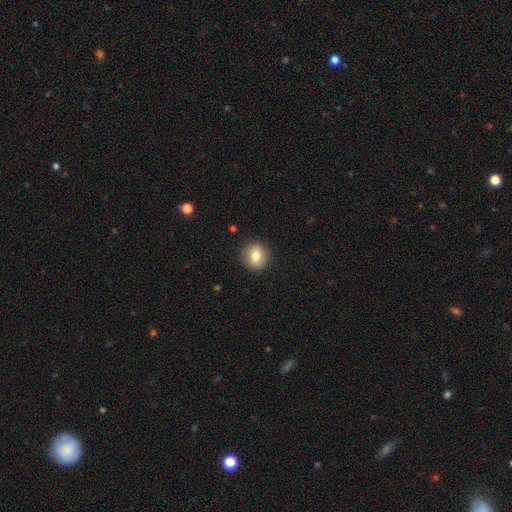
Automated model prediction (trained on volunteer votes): This is likely a smooth galaxy (80%). How rounded: clearly round (83%). Merging: clearly none (90%).